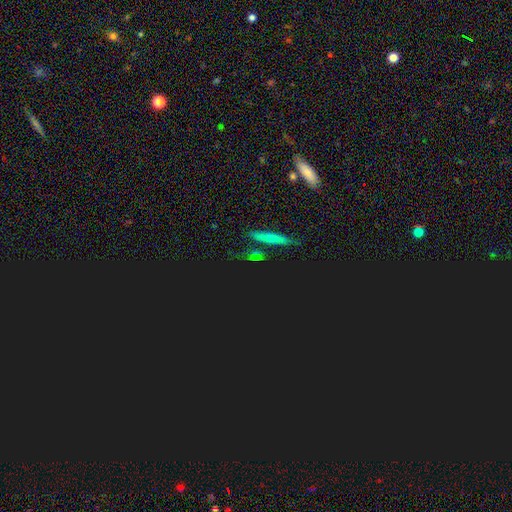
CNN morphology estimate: Q: Smooth or featured?
A: star or artifact (53%); runner-up: smooth (30%)